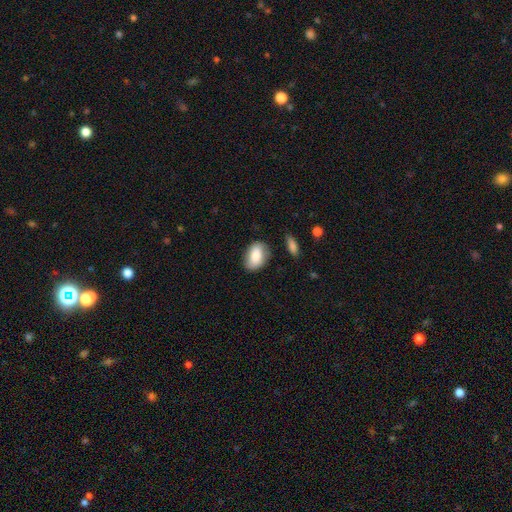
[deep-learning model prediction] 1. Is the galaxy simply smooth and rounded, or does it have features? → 79% smooth, 14% featured or disk, 7% star or artifact.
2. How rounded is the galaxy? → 87% in between, 12% round, 2% cigar-shaped.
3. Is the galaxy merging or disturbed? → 78% none, 16% minor disturbance, 4% major disturbance, 3% merger.